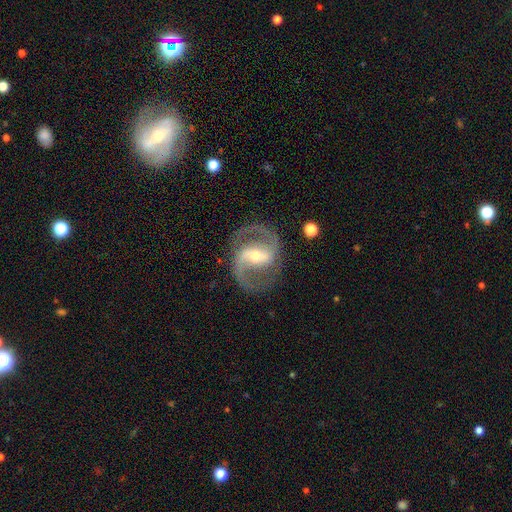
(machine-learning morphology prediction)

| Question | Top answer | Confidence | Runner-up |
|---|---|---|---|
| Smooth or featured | featured or disk | 91% | star or artifact (5%) |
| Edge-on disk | no | 97% | yes (3%) |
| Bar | strong | 52% | weak (35%) |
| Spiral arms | yes | 97% | no (3%) |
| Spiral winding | medium | 62% | loose (24%) |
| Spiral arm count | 2 | 94% | can't tell (2%) |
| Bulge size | moderate | 55% | small (39%) |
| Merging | none | 84% | minor disturbance (10%) |